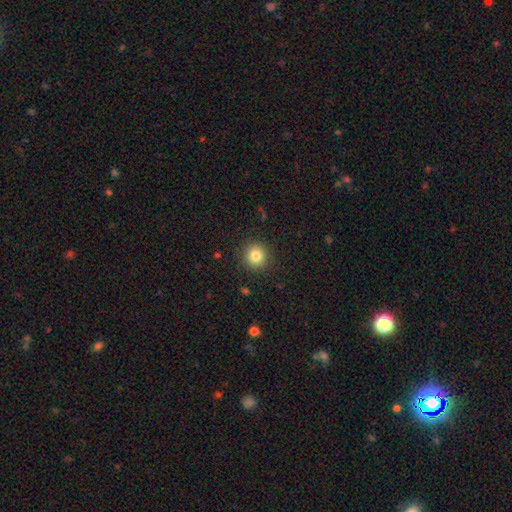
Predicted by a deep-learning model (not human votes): This is clearly a smooth galaxy (82%). How rounded: clearly round (92%). Merging: clearly none (91%).